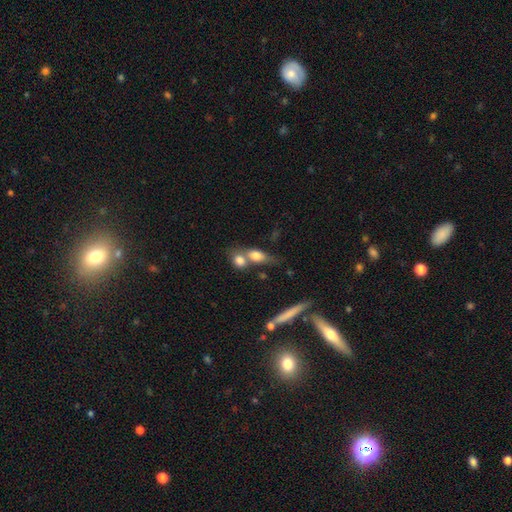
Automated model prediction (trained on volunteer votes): Smooth or featured?
  - smooth: 74% *
  - featured or disk: 17%
  - star or artifact: 9%
How rounded?
  - in between: 58% *
  - round: 28%
  - cigar-shaped: 14%
Merging?
  - merger: 57% *
  - none: 27%
  - minor disturbance: 9%
  - major disturbance: 6%